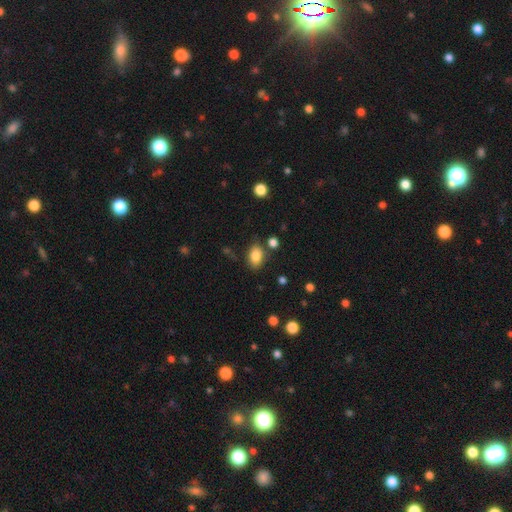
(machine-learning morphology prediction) This appears to be a smooth galaxy with no disk features (85%) that is in between round and cigar-shaped (83%). Merging: none (76%).